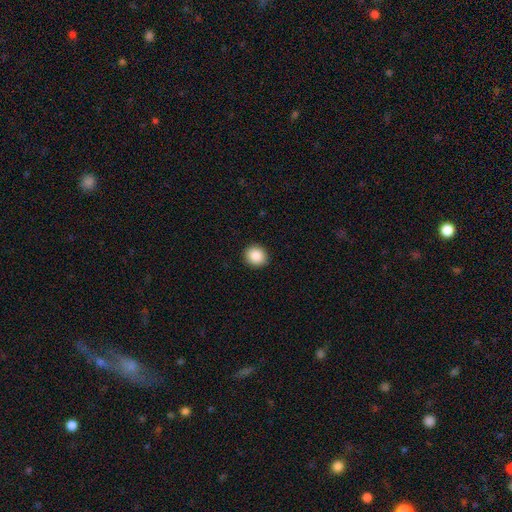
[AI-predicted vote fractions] Smooth or featured? smooth (87%)
How rounded? round (76%)
Merging? none (92%)